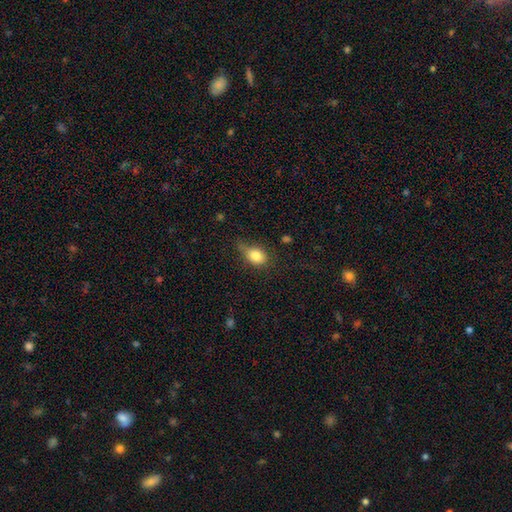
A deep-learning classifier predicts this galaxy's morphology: A smooth galaxy with no disk features (82%) that is in between round and cigar-shaped (69%).

Vote fractions:
- Smooth or featured? smooth: 82% / star or artifact: 9% / featured or disk: 9%
- How rounded? in between: 69% / round: 29% / cigar-shaped: 2%
- Merging? none: 47% / minor disturbance: 37% / major disturbance: 13% / merger: 3%